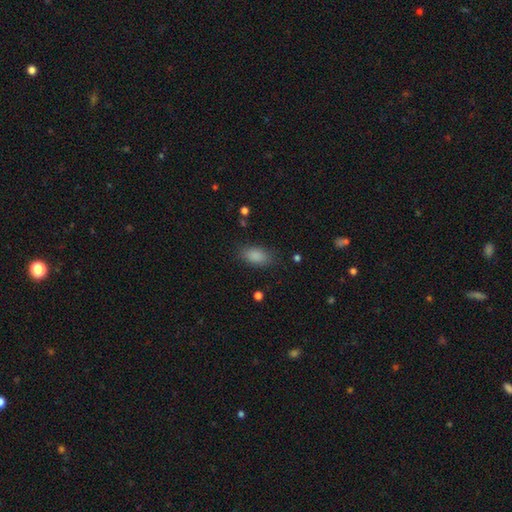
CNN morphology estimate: smooth_or_featured: smooth (p=0.87) [alt: star or artifact p=0.09]
how_rounded: in between (p=0.89) [alt: round p=0.07]
merging: none (p=0.81) [alt: minor disturbance p=0.13]